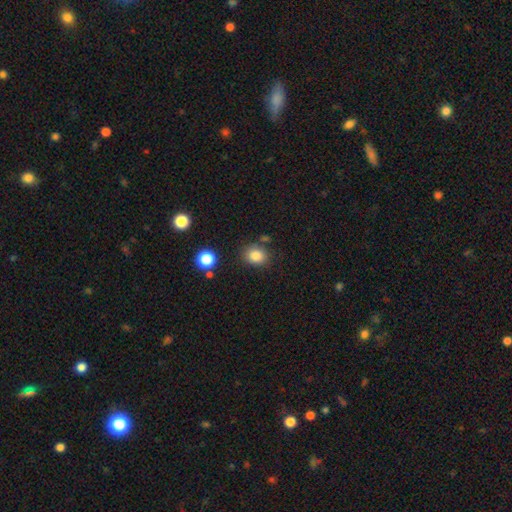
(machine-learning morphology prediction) type=smooth (84%); roundness=round (60%); merging=none (78%).